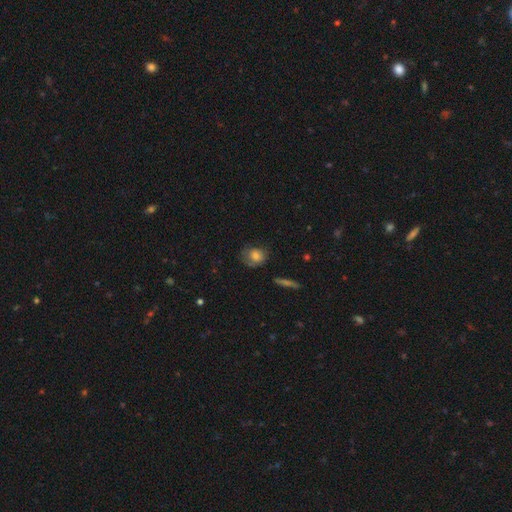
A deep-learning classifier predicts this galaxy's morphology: smooth_or_featured: smooth (p=0.68) [alt: featured or disk p=0.23]
how_rounded: round (p=0.63) [alt: in between p=0.35]
merging: none (p=0.55) [alt: minor disturbance p=0.28]